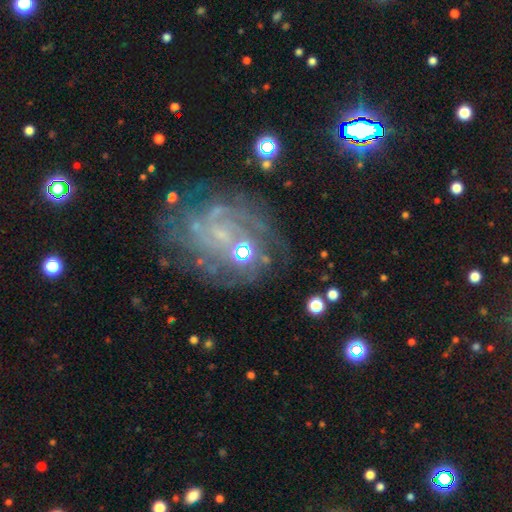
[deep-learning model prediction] Q: Smooth or featured?
A: featured or disk (75%); runner-up: star or artifact (16%)
Q: Edge-on disk?
A: no (97%); runner-up: yes (3%)
Q: Bar?
A: no (63%); runner-up: weak (29%)
Q: Spiral arms?
A: yes (88%); runner-up: no (12%)
Q: Spiral winding?
A: tight (59%); runner-up: medium (30%)
Q: Spiral arm count?
A: can't tell (42%); runner-up: 2 (14%)
Q: Bulge size?
A: small (65%); runner-up: moderate (18%)
Q: Merging?
A: none (65%); runner-up: minor disturbance (17%)